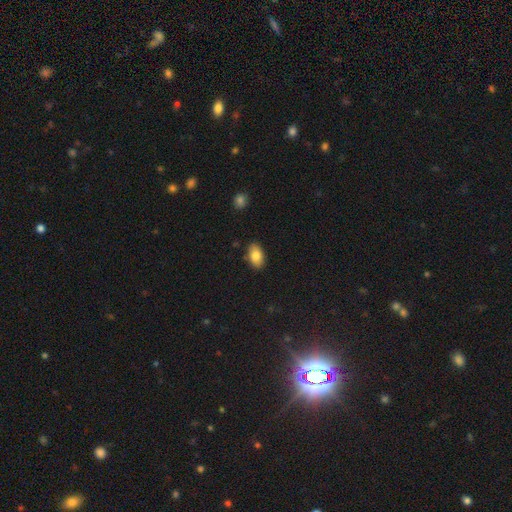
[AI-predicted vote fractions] A smooth galaxy with no disk features (84%) that is in between round and cigar-shaped (92%). Merging: none (84%).